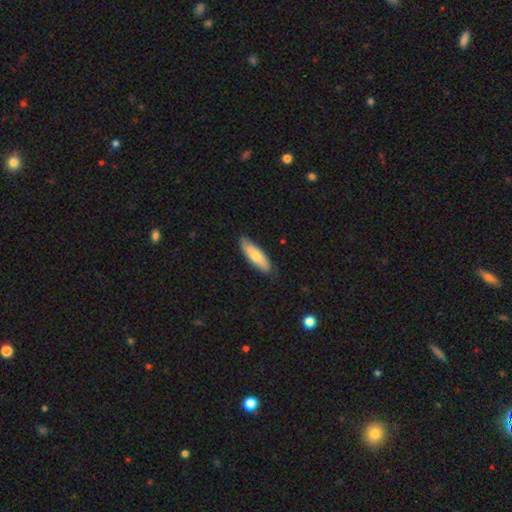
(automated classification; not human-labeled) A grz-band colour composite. It shows a smooth galaxy with no disk features (71%) that is in between round and cigar-shaped (49%, tied with cigar-shaped). Merging: none (81%).